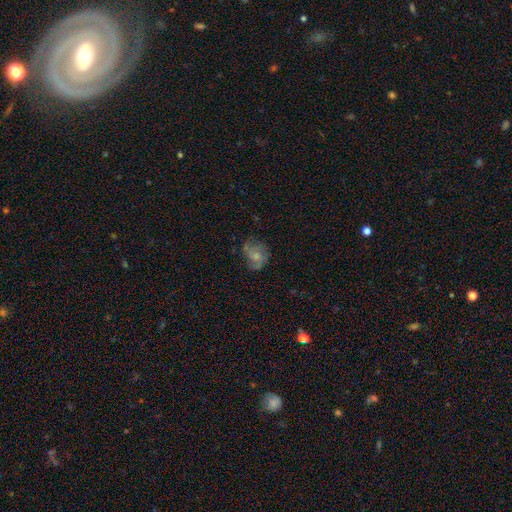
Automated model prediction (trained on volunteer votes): Smooth or featured?
  - featured or disk: 48% *
  - smooth: 43%
  - star or artifact: 10%
Merging?
  - none: 54% *
  - minor disturbance: 26%
  - major disturbance: 18%
  - merger: 2%